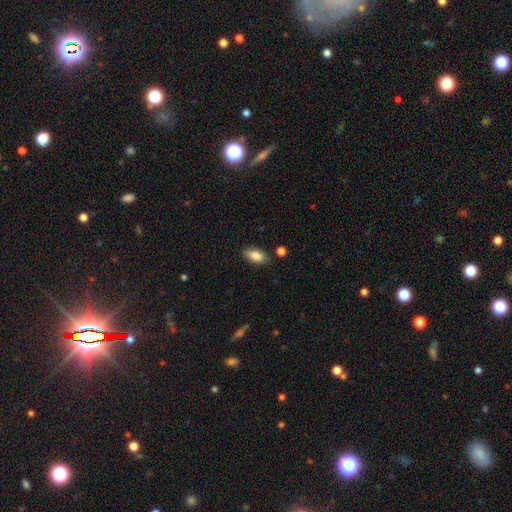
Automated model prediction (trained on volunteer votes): A smooth galaxy with no disk features (87%) that is in between round and cigar-shaped (90%). Merging: none (82%).